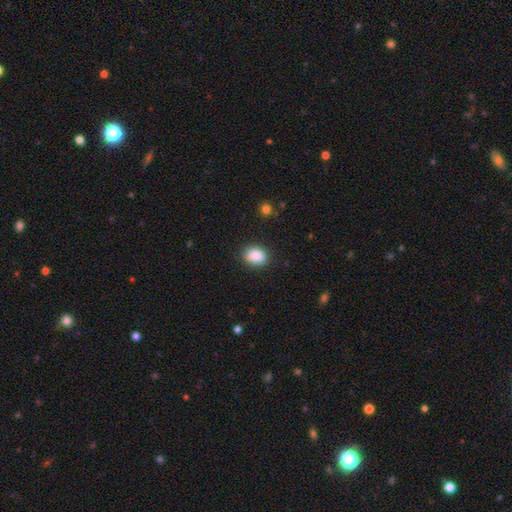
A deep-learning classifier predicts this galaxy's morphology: Overall: smooth (88%). How rounded: in between (63%; round 36%). Merging: none (84%).